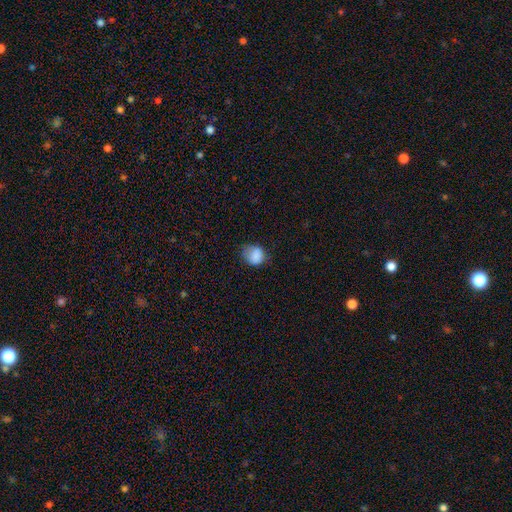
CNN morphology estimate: type=smooth (85%); roundness=round (64%); merging=none (56%).